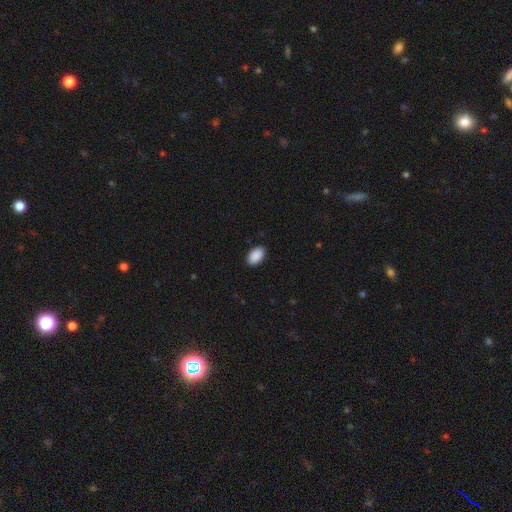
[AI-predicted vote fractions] Smooth or featured? smooth (91%)
How rounded? in between (94%)
Merging? none (89%)